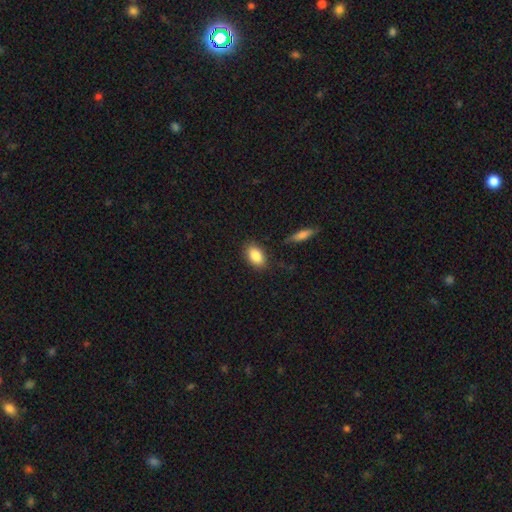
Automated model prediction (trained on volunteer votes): Smooth or featured?
  - smooth: 87% *
  - star or artifact: 7%
  - featured or disk: 6%
How rounded?
  - in between: 90% *
  - round: 8%
  - cigar-shaped: 2%
Merging?
  - none: 84% *
  - minor disturbance: 11%
  - major disturbance: 3%
  - merger: 2%